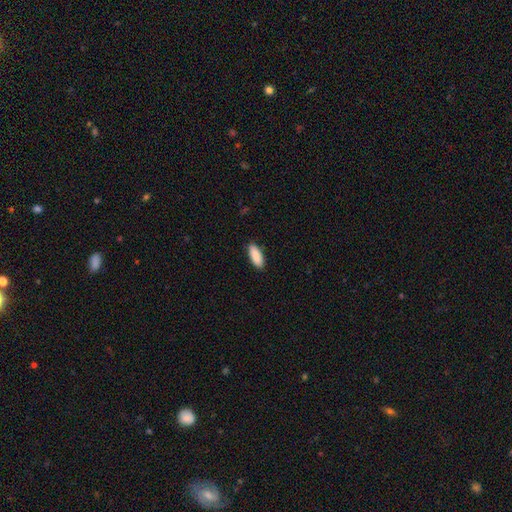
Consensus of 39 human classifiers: Smooth or featured?
  - smooth: 87% *
  - star or artifact: 10%
  - featured or disk: 3%
How rounded?
  - in between: 71% *
  - cigar-shaped: 26%
  - round: 3%
Merging?
  - none: 83% *
  - minor disturbance: 14%
  - major disturbance: 3%
  - merger: 0%